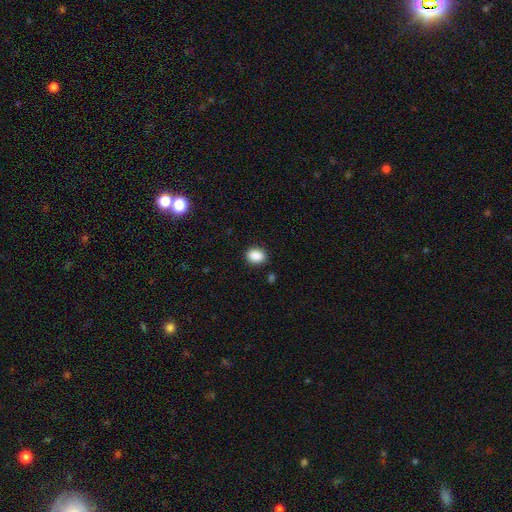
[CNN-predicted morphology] The model was most divided on "how rounded": in between: 68%, round: 30%, cigar-shaped: 1%. More confident: smooth or featured — smooth (88%); merging — none (86%).